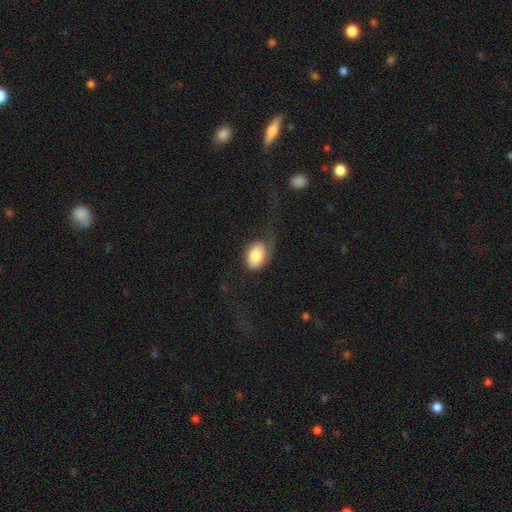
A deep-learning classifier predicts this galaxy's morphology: smooth 77%, featured or disk 16%, star or artifact 7%. Down the decision tree: how rounded — in between (83%); merging — none (40%).